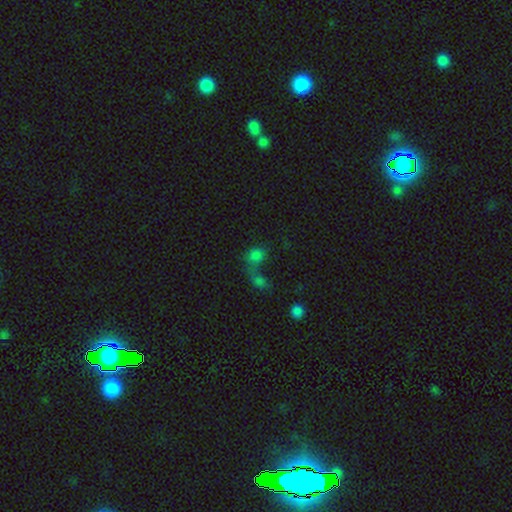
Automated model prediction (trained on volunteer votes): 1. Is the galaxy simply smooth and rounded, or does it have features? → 72% smooth, 18% star or artifact, 10% featured or disk.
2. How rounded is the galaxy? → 51% round, 47% in between, 2% cigar-shaped.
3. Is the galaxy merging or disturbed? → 57% merger, 25% none, 10% major disturbance, 8% minor disturbance.